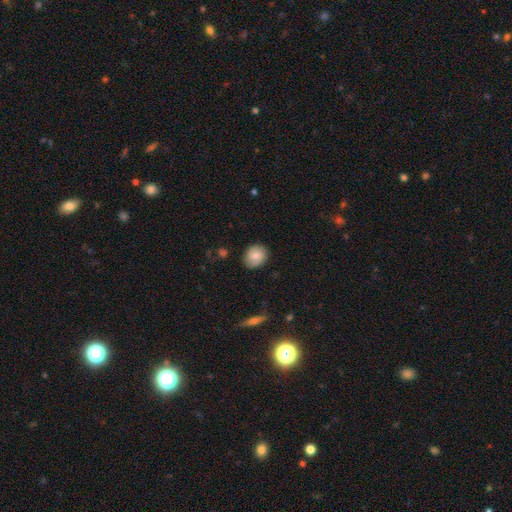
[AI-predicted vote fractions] Smooth or featured? Predicted: smooth (p=0.67). How rounded? Predicted: round (p=0.71). Merging? Predicted: none (p=0.82).